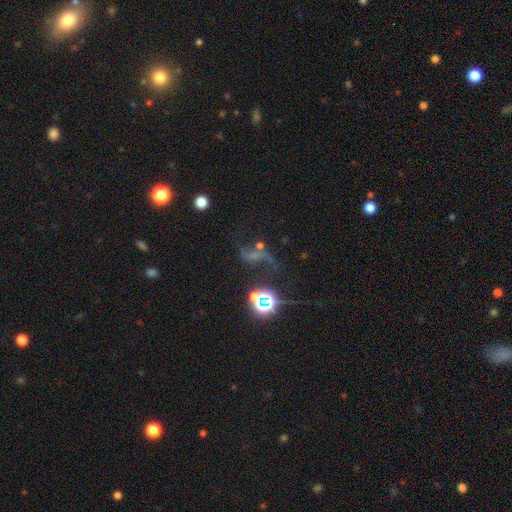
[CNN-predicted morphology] featured or disk 41%, star or artifact 40%, smooth 19%. Down the decision tree: merging — none (44%).